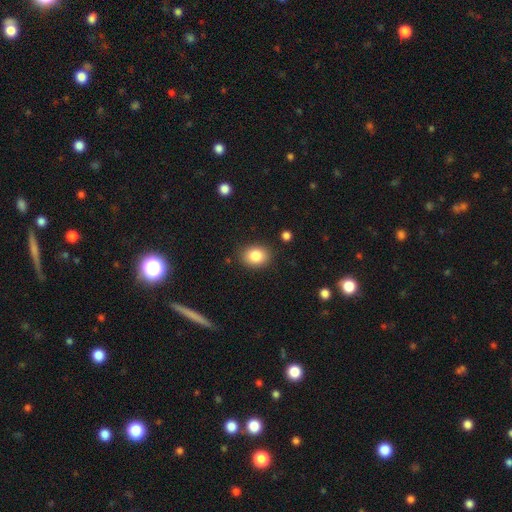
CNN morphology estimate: smooth-or-featured: smooth: 84% | star or artifact: 9% | featured or disk: 7%
  how-rounded: in between: 52% | round: 47% | cigar-shaped: 1%
  merging: none: 87% | minor disturbance: 9% | major disturbance: 2% | merger: 2%